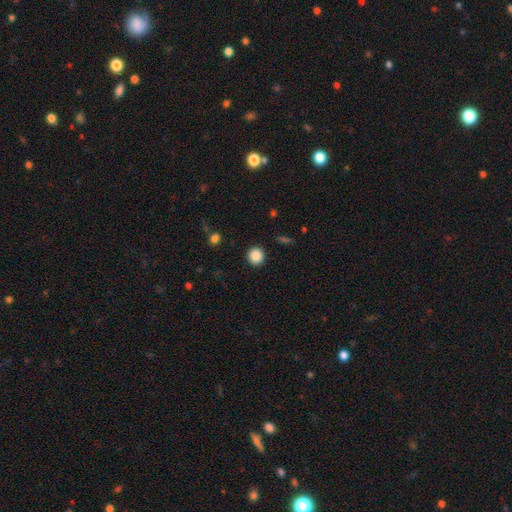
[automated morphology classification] type=smooth (88%); roundness=round (91%); merging=none (92%).